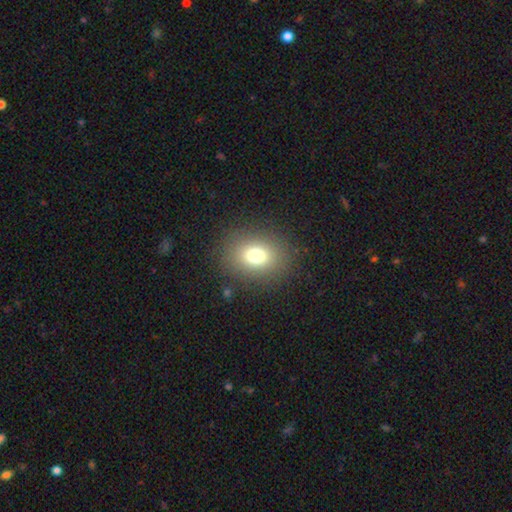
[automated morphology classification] Q: Smooth or featured?
A: smooth (74%); runner-up: star or artifact (14%)
Q: How rounded?
A: in between (52%); runner-up: round (47%)
Q: Merging?
A: none (86%); runner-up: minor disturbance (8%)